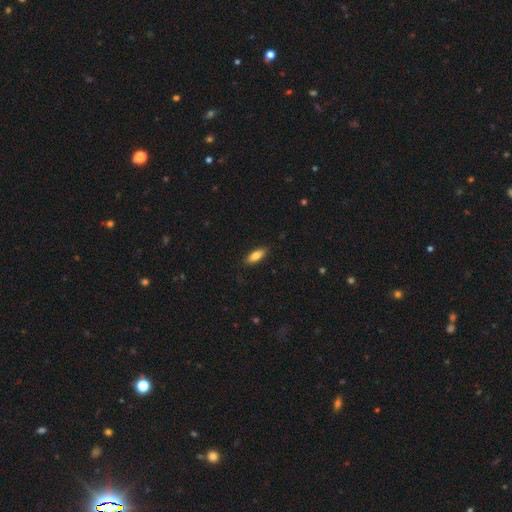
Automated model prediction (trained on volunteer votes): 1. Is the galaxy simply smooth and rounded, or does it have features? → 81% smooth, 13% featured or disk, 6% star or artifact.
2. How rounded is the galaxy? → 75% in between, 23% cigar-shaped, 2% round.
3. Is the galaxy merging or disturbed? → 87% none, 10% minor disturbance, 2% major disturbance, 1% merger.